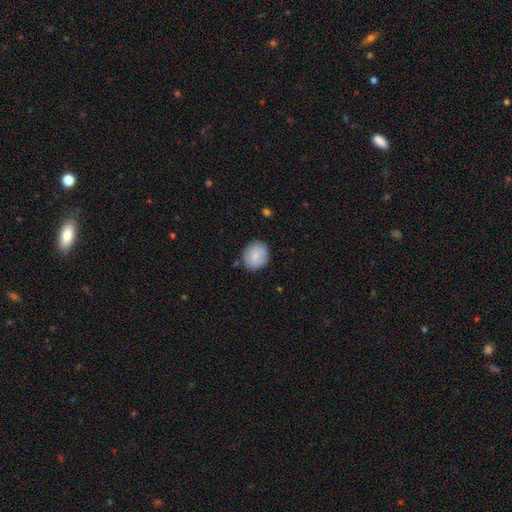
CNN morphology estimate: smooth-or-featured: smooth: 81% | featured or disk: 13% | star or artifact: 7%
  how-rounded: round: 77% | in between: 22% | cigar-shaped: 1%
  merging: none: 84% | minor disturbance: 12% | major disturbance: 2% | merger: 2%